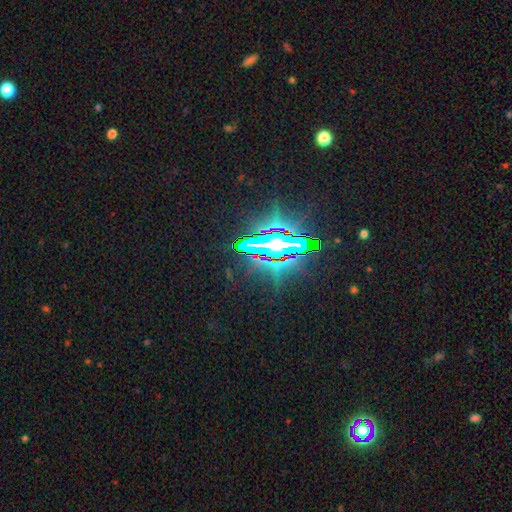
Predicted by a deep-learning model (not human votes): This is clearly a star or artifact rather than a galaxy (84%).